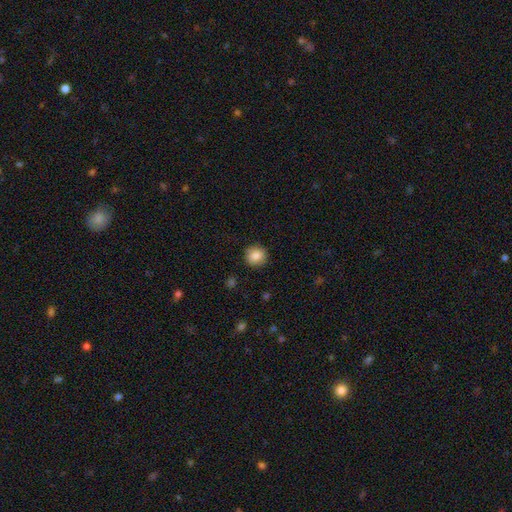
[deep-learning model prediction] Smooth or featured? smooth (86%)
How rounded? round (91%)
Merging? none (90%)